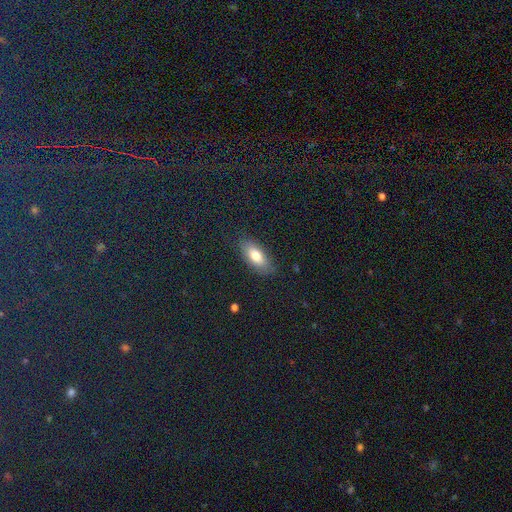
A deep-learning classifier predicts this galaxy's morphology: The model was most divided on "smooth or featured": smooth: 76%, featured or disk: 15%, star or artifact: 9%. More confident: merging — none (84%); how rounded — in between (84%).